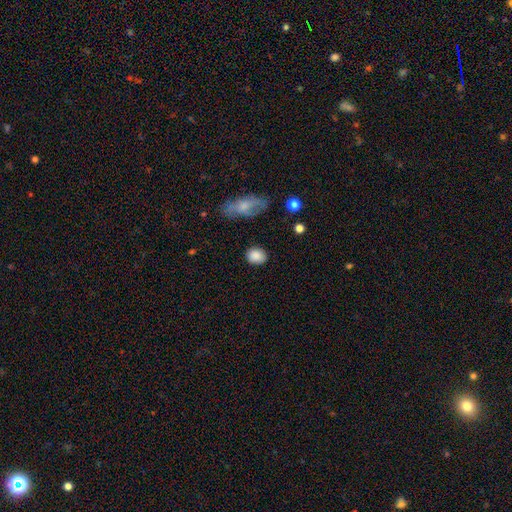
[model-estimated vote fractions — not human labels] smooth 87%, star or artifact 8%, featured or disk 5%. Down the decision tree: how rounded — round (54%); merging — none (83%).